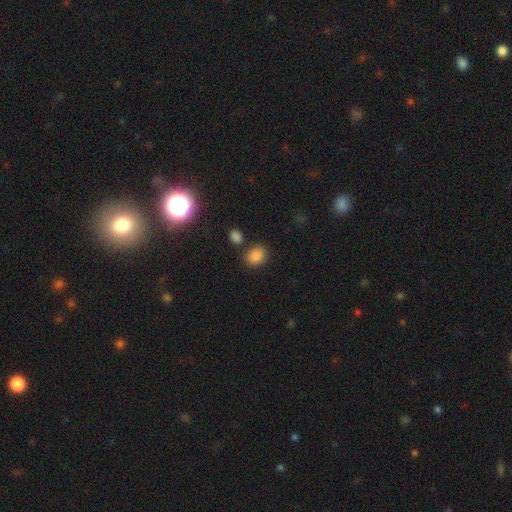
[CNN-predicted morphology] Smooth or featured: smooth — 84% (star or artifact — 12%)
How rounded: in between — 50% (round — 49%)
Merging: none — 75% (minor disturbance — 12%)